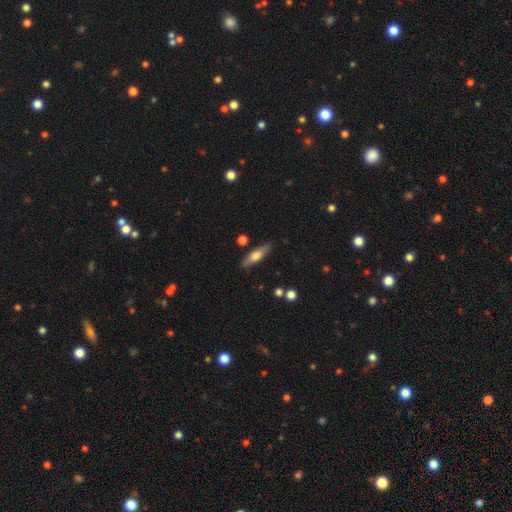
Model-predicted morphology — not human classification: Overall: smooth (58%; featured or disk 35%). How rounded: cigar-shaped (60%; in between 38%). Merging: none (84%).